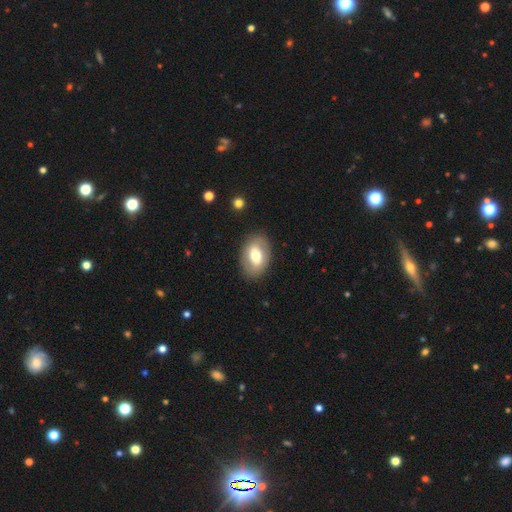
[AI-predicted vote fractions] Smooth or featured? Predicted: smooth (p=0.62). How rounded? Predicted: in between (p=0.86). Merging? Predicted: none (p=0.85).